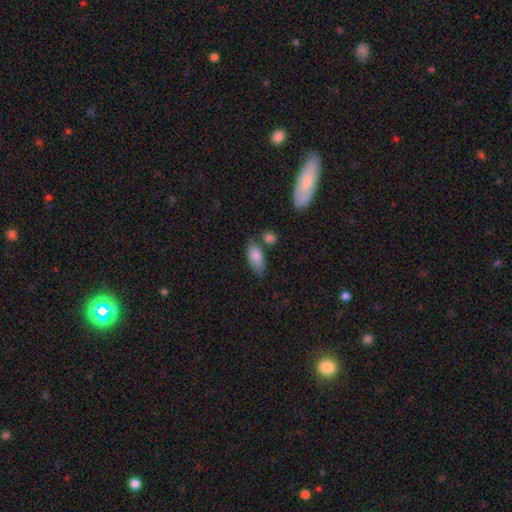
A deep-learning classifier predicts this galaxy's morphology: smooth-or-featured: smooth: 84% | featured or disk: 10% | star or artifact: 6%
  how-rounded: in between: 88% | cigar-shaped: 8% | round: 4%
  merging: none: 57% | minor disturbance: 24% | merger: 12% | major disturbance: 6%